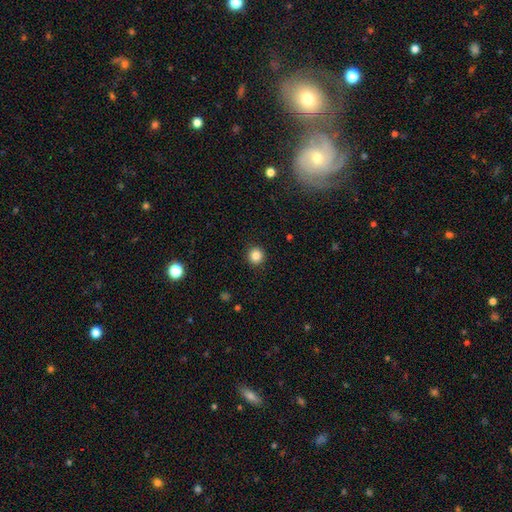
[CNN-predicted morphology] This is clearly a smooth galaxy (85%). How rounded: clearly round (94%). Merging: clearly none (92%).